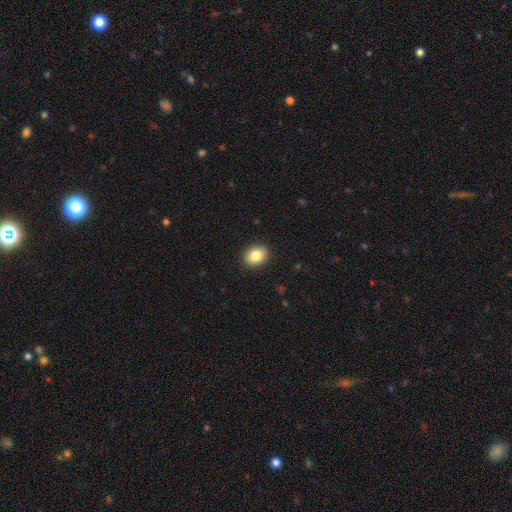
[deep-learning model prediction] smooth 85%, star or artifact 8%, featured or disk 6%. Down the decision tree: how rounded — in between (58%); merging — none (91%).